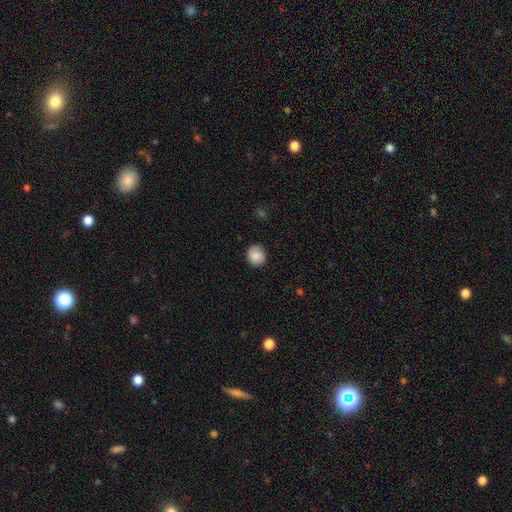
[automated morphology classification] smooth_or_featured: smooth (p=0.85) [alt: featured or disk p=0.08]
how_rounded: round (p=0.82) [alt: in between p=0.17]
merging: none (p=0.83) [alt: minor disturbance p=0.13]